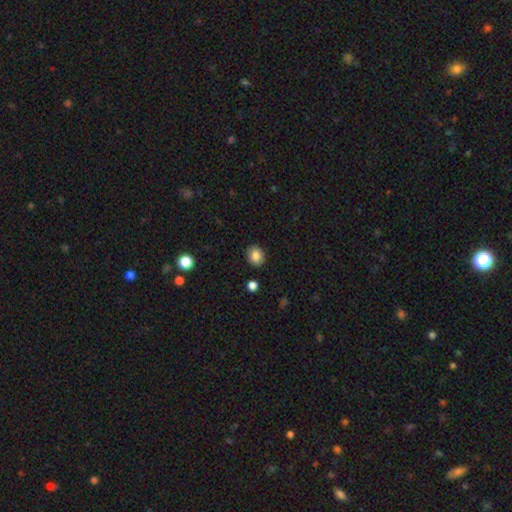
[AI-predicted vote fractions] This is clearly a smooth galaxy (84%). How rounded: likely round (64%). Merging: clearly none (88%).